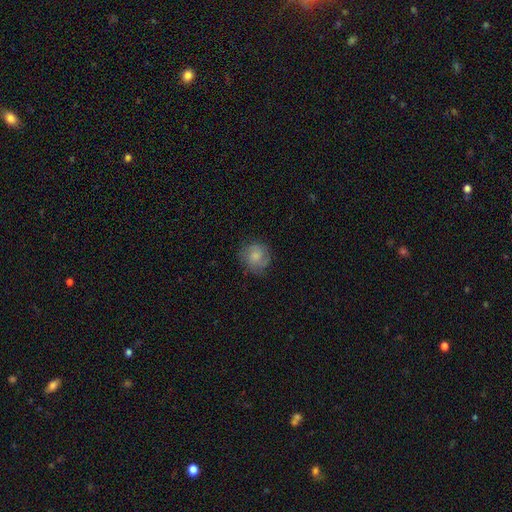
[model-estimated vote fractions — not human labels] smooth 71%, featured or disk 21%, star or artifact 8%. Down the decision tree: how rounded — round (87%); merging — none (75%).